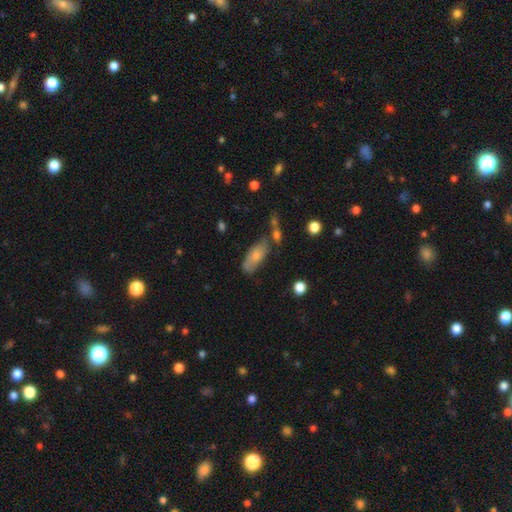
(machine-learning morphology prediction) A smooth galaxy with no disk features (67%) that is in between round and cigar-shaped (81%). Merging: none (51%).